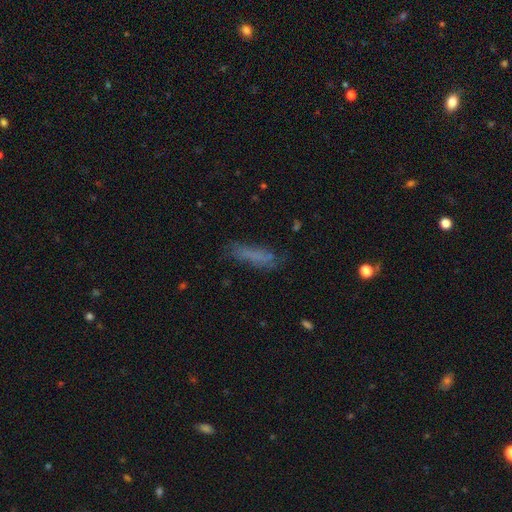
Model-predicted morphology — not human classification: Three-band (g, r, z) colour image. It shows a smooth galaxy with no disk features (68%) that is cigar-shaped (73%). Merging: none (68%).